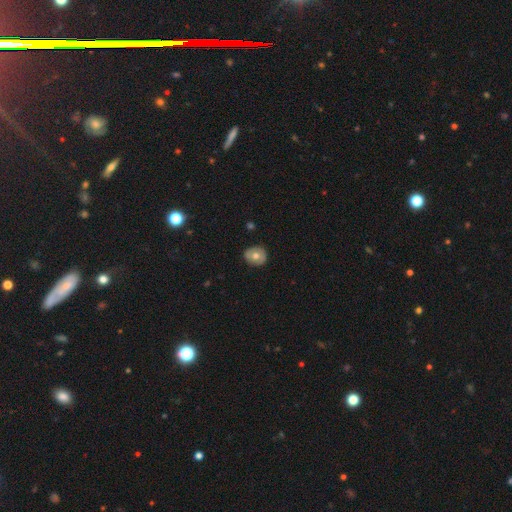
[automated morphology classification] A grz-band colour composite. It shows a smooth galaxy with no disk features (59%) that is round (79%). Merging: none (84%).